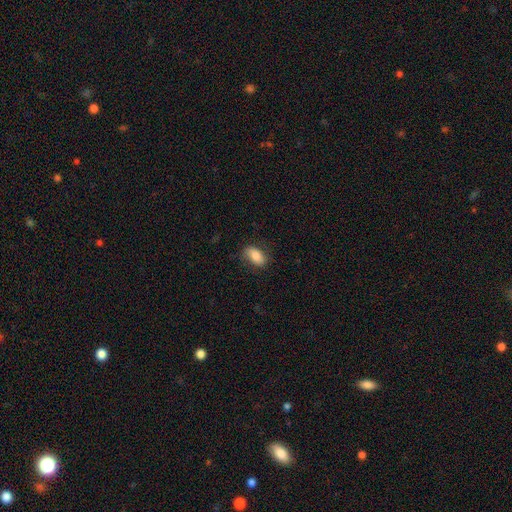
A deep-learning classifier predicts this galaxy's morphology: smooth-or-featured: smooth: 78% | featured or disk: 14% | star or artifact: 7%
  how-rounded: in between: 90% | round: 7% | cigar-shaped: 3%
  merging: none: 76% | minor disturbance: 18% | major disturbance: 5% | merger: 1%